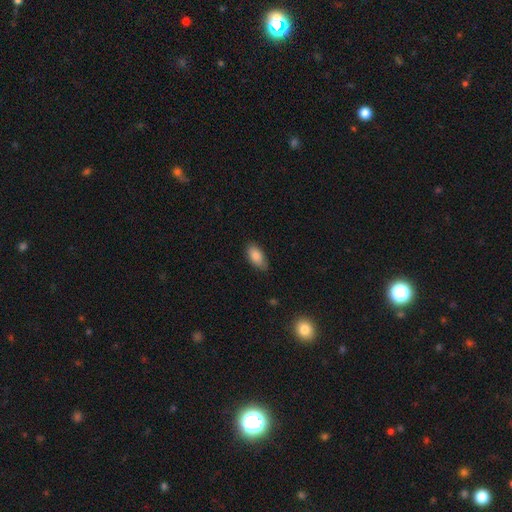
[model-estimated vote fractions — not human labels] A smooth galaxy with no disk features (84%) that is in between round and cigar-shaped (92%).

Vote fractions:
- Smooth or featured? smooth: 84% / featured or disk: 9% / star or artifact: 7%
- How rounded? in between: 92% / cigar-shaped: 4% / round: 3%
- Merging? none: 77% / minor disturbance: 19% / major disturbance: 3% / merger: 1%